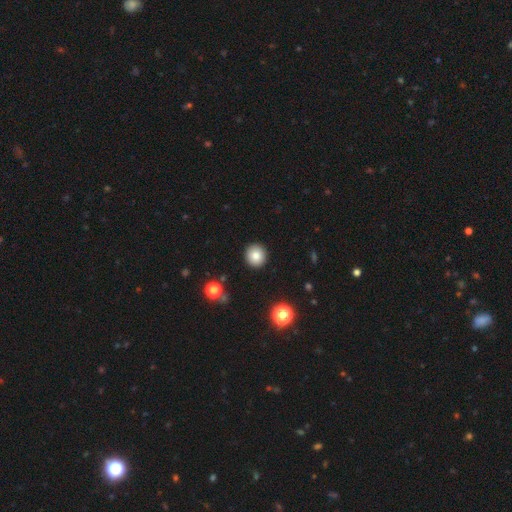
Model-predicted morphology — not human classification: The model was most divided on "smooth or featured": smooth: 83%, star or artifact: 10%, featured or disk: 7%. More confident: merging — none (92%); how rounded — round (91%).